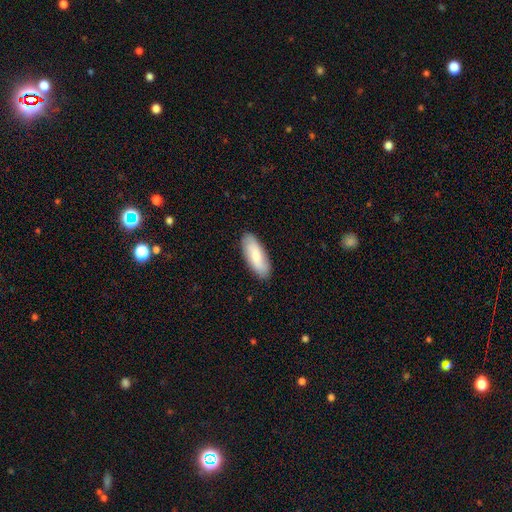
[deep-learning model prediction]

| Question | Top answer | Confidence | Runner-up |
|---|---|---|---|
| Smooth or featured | smooth | 76% | featured or disk (19%) |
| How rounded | in between | 74% | cigar-shaped (24%) |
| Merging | none | 88% | minor disturbance (9%) |